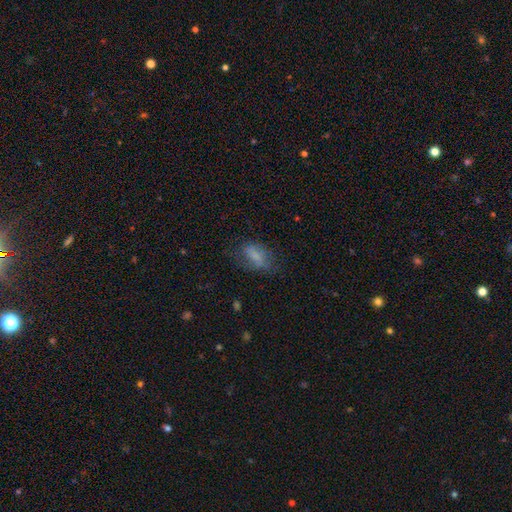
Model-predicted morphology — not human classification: Overall: smooth (70%). How rounded: in between (83%). Merging: none (56%; minor disturbance 25%).